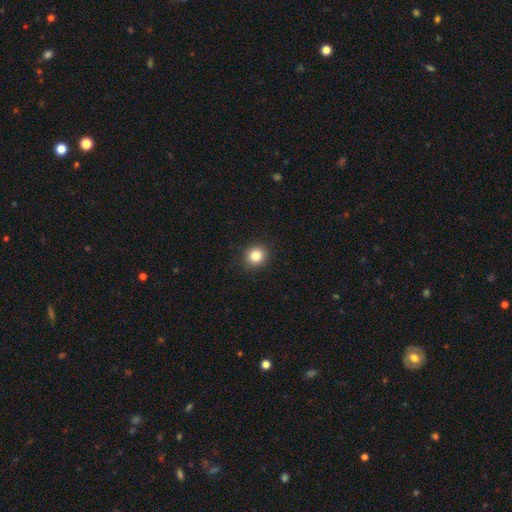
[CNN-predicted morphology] smooth-or-featured: smooth: 83% | star or artifact: 11% | featured or disk: 6%
  how-rounded: round: 85% | in between: 14% | cigar-shaped: 1%
  merging: none: 91% | minor disturbance: 6% | major disturbance: 2% | merger: 1%